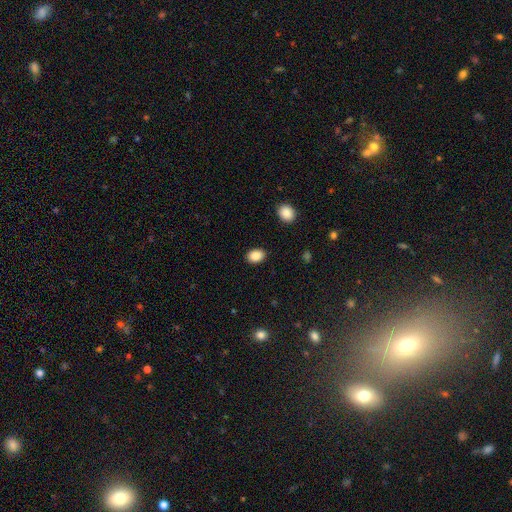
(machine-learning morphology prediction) Smooth or featured? Predicted: smooth (p=0.87). How rounded? Predicted: in between (p=0.69). Merging? Predicted: none (p=0.89).